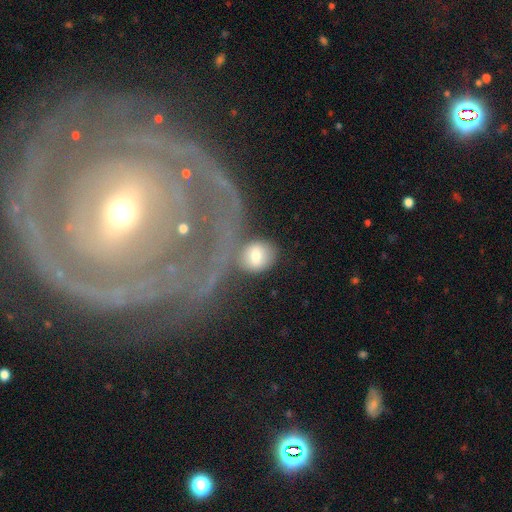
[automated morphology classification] Smooth or featured? Predicted: smooth (p=0.63). How rounded? Predicted: round (p=0.61). Merging? Predicted: none (p=0.58).